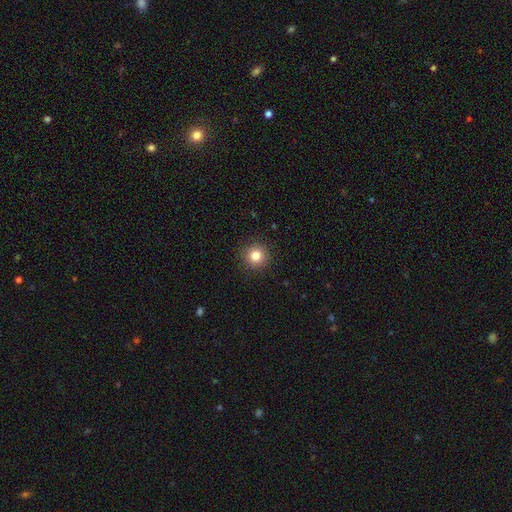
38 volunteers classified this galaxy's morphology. A smooth galaxy with no disk features (82%) that is round (100%). Merging: none (97%).